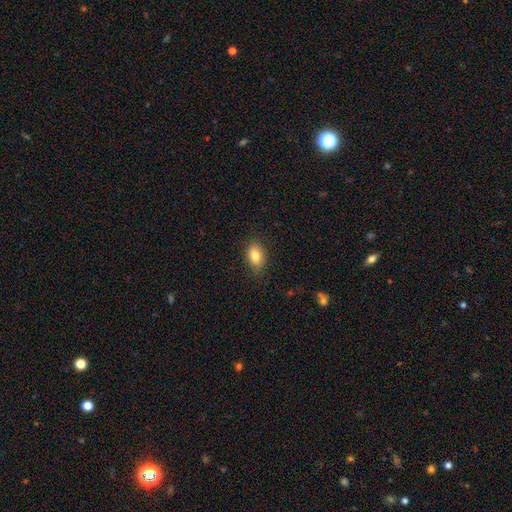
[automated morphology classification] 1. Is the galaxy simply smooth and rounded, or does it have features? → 81% smooth, 11% featured or disk, 9% star or artifact.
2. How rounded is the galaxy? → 83% in between, 15% round, 2% cigar-shaped.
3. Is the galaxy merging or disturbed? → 84% none, 12% minor disturbance, 3% major disturbance, 1% merger.